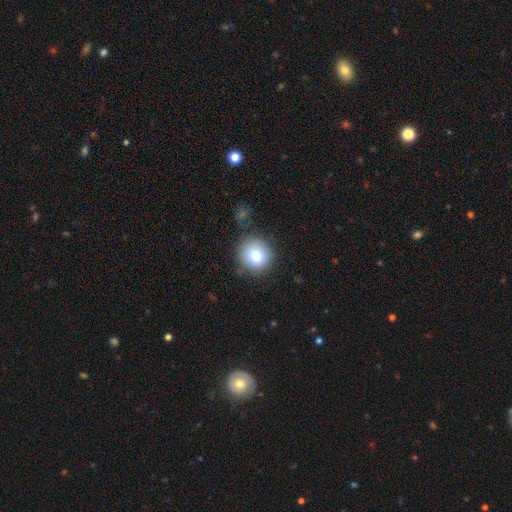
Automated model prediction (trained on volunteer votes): The model was most divided on "smooth or featured": smooth: 79%, star or artifact: 11%, featured or disk: 10%. More confident: how rounded — round (92%); merging — none (83%).